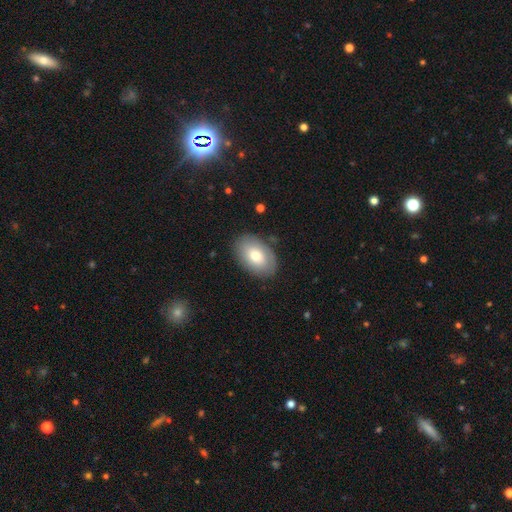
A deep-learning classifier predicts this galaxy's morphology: Smooth or featured?
  - smooth: 71% *
  - featured or disk: 22%
  - star or artifact: 7%
How rounded?
  - in between: 89% *
  - round: 10%
  - cigar-shaped: 1%
Merging?
  - none: 84% *
  - minor disturbance: 12%
  - major disturbance: 3%
  - merger: 1%